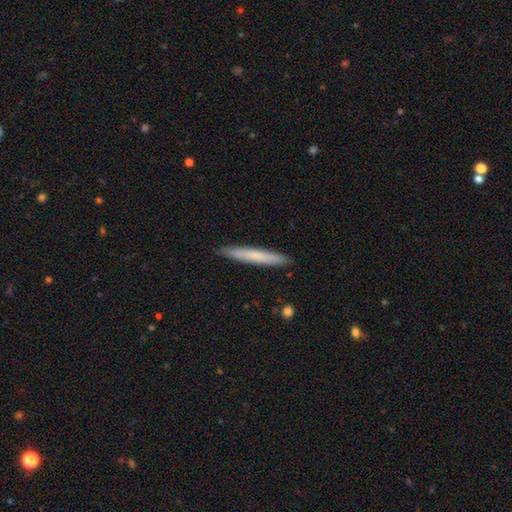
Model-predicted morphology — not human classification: This is likely a smooth galaxy (69%). How rounded: clearly cigar-shaped (96%). Merging: clearly none (91%).